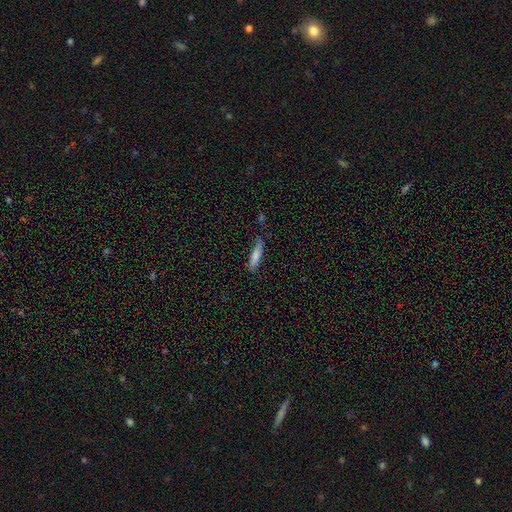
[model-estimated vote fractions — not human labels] The model was most divided on "how rounded": cigar-shaped: 78%, in between: 20%, round: 2%. More confident: merging — none (77%); smooth or featured — smooth (76%).